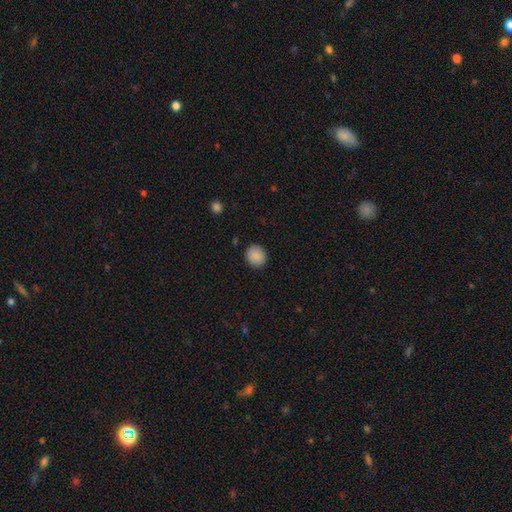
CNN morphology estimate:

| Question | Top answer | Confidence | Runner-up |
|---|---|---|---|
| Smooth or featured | smooth | 89% | star or artifact (8%) |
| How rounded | round | 78% | in between (21%) |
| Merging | none | 90% | minor disturbance (7%) |